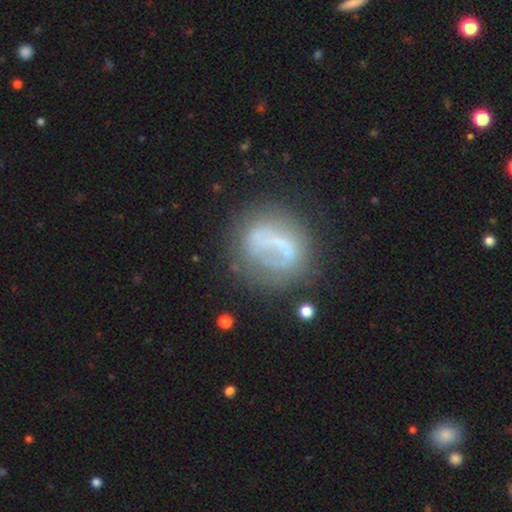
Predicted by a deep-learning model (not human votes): smooth_or_featured: featured or disk (p=0.48) [alt: smooth p=0.35]
merging: none (p=0.64) [alt: minor disturbance p=0.17]